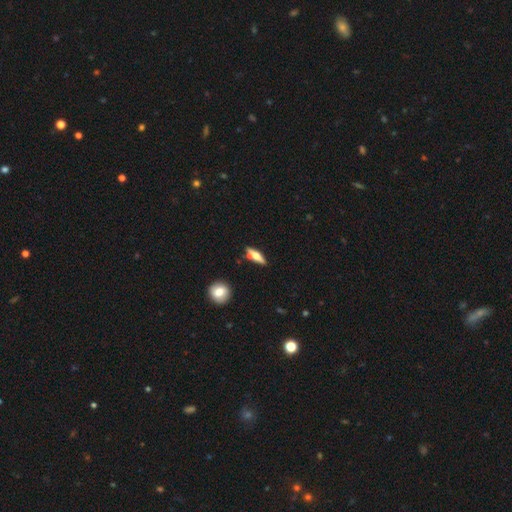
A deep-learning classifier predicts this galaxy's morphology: A featured or disk galaxy (52%) viewed edge-on (90%).

Vote fractions:
- Smooth or featured? featured or disk: 52% / smooth: 41% / star or artifact: 7%
- Edge-on disk? yes: 90% / no: 10%
- Merging? none: 78% / minor disturbance: 13% / merger: 6% / major disturbance: 4%